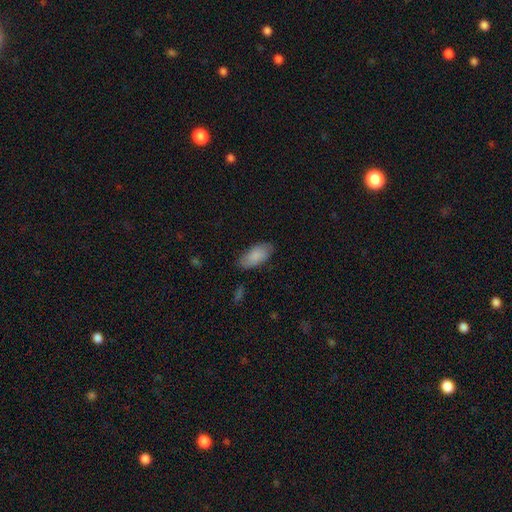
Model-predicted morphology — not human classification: Smooth or featured? smooth (84%)
How rounded? in between (92%)
Merging? none (79%)